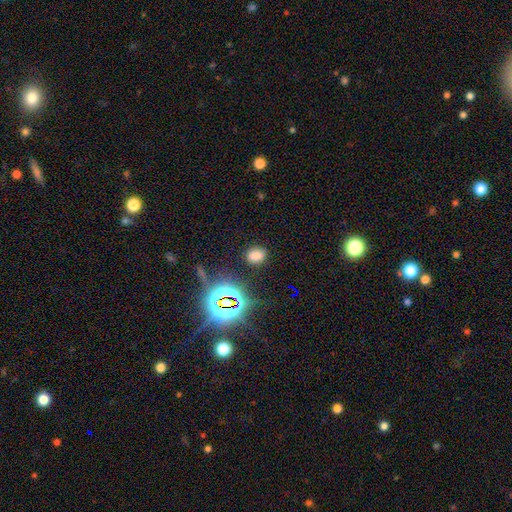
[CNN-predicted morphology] A smooth galaxy with no disk features (67%) that is in between round and cigar-shaped (62%). Merging: none (84%).